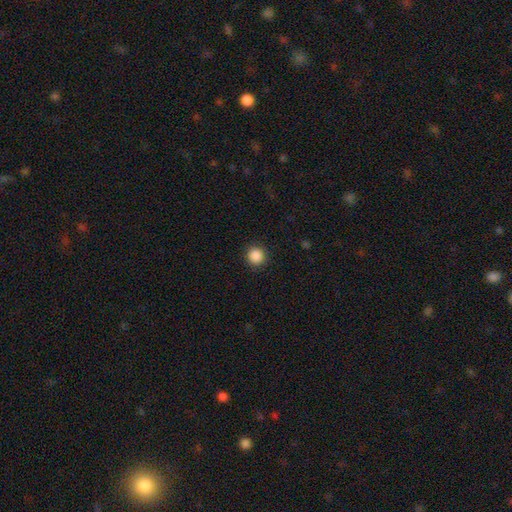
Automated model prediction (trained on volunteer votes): A smooth galaxy with no disk features (88%) that is round (94%).

Vote fractions:
- Smooth or featured? smooth: 88% / star or artifact: 10% / featured or disk: 2%
- How rounded? round: 94% / in between: 5% / cigar-shaped: 1%
- Merging? none: 91% / minor disturbance: 6% / major disturbance: 2% / merger: 1%